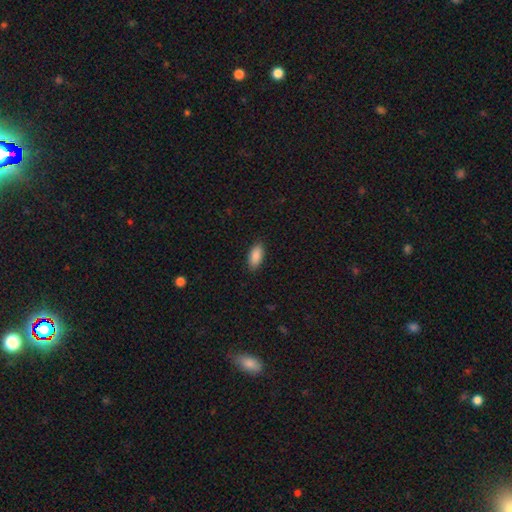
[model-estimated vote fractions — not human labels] Q: Smooth or featured?
A: smooth (89%); runner-up: star or artifact (6%)
Q: How rounded?
A: in between (90%); runner-up: cigar-shaped (8%)
Q: Merging?
A: none (88%); runner-up: minor disturbance (9%)